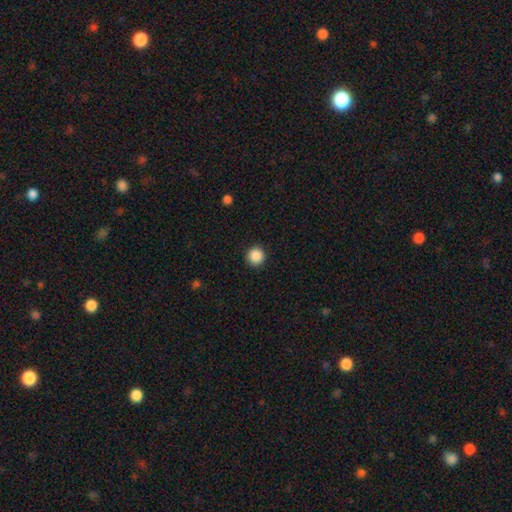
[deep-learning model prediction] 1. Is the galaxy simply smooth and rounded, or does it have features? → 88% smooth, 10% star or artifact, 3% featured or disk.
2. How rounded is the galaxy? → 95% round, 4% in between, 1% cigar-shaped.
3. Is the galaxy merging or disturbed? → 92% none, 5% minor disturbance, 2% major disturbance, 1% merger.